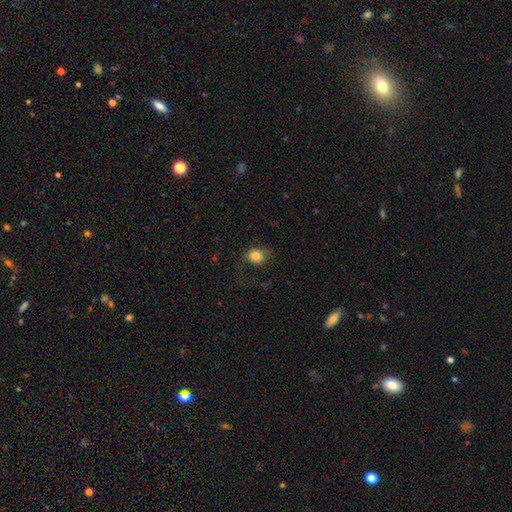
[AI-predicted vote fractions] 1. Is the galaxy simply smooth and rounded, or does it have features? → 82% smooth, 9% featured or disk, 9% star or artifact.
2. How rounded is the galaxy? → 53% round, 46% in between, 1% cigar-shaped.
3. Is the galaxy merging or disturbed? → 53% none, 23% major disturbance, 22% minor disturbance, 2% merger.